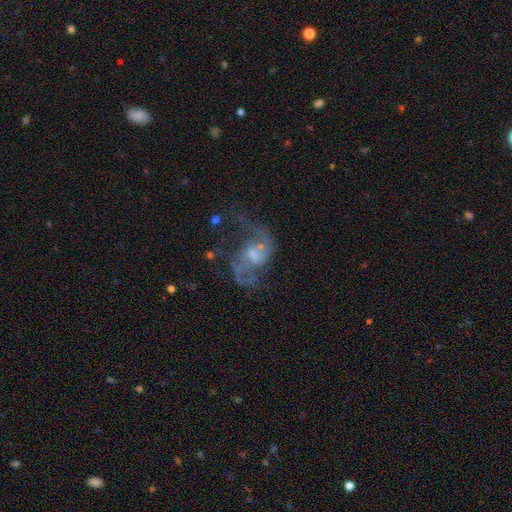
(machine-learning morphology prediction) smooth-or-featured: featured or disk: 82% | star or artifact: 10% | smooth: 8%
  disk-edge-on: no: 97% | yes: 3%
    bar: no: 47% | weak: 44% | strong: 9%
    has-spiral-arms: yes: 91% | no: 9%
      spiral-winding: loose: 59% | medium: 33% | tight: 7%
      spiral-arm-count: 2: 84% | can't tell: 6% | 1: 5% | 3: 3% | 4: 1% | more than 4: 1%
    bulge-size: small: 46% | moderate: 39% | none: 10% | large: 4% | dominant: 1%
  merging: none: 54% | major disturbance: 24% | minor disturbance: 17% | merger: 5%